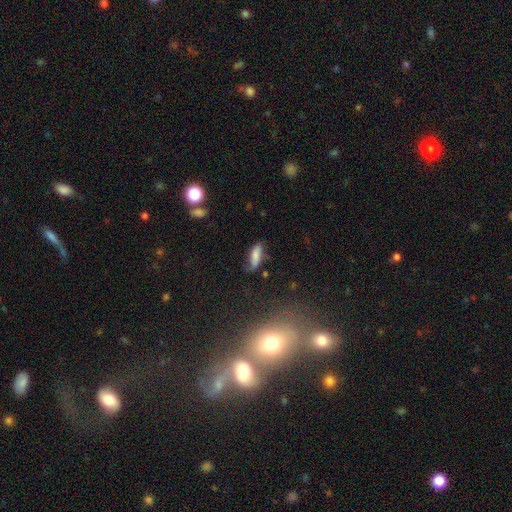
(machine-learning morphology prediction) A smooth galaxy with no disk features (70%) that is in between round and cigar-shaped (57%). Merging: none (58%).